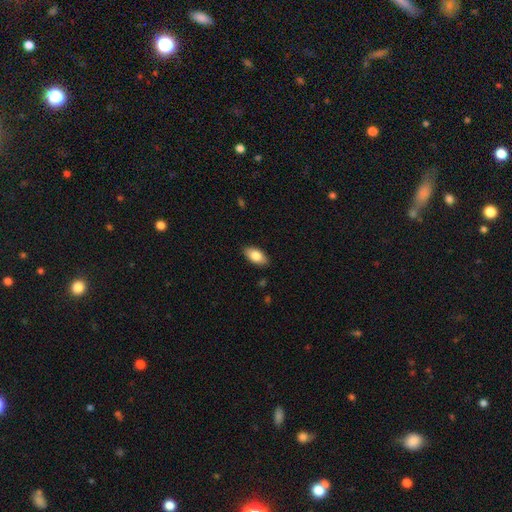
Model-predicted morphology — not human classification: smooth_or_featured: smooth (p=0.83) [alt: featured or disk p=0.11]
how_rounded: in between (p=0.93) [alt: cigar-shaped p=0.04]
merging: none (p=0.88) [alt: minor disturbance p=0.09]